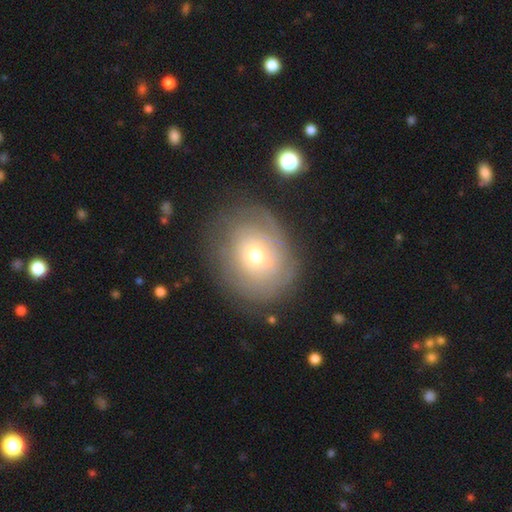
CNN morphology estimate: Q: Smooth or featured?
A: featured or disk (46%); runner-up: smooth (44%)
Q: Merging?
A: none (73%); runner-up: minor disturbance (18%)